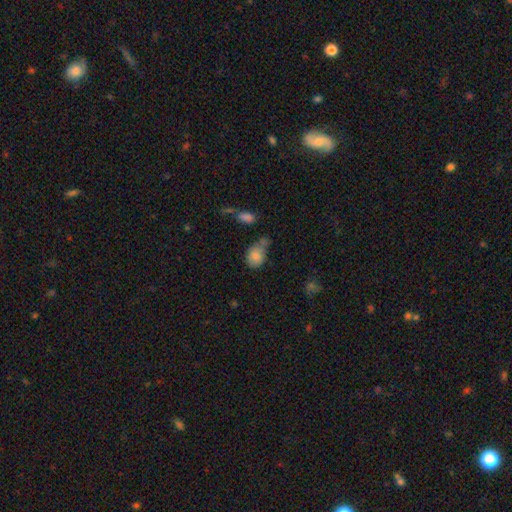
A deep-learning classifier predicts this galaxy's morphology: Smooth or featured: smooth — 79% (featured or disk — 12%)
How rounded: in between — 68% (round — 30%)
Merging: none — 35% (minor disturbance — 34%)